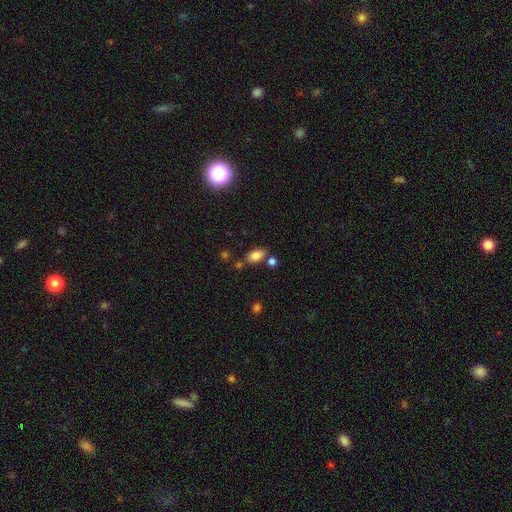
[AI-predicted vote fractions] smooth 81%, star or artifact 11%, featured or disk 8%. Down the decision tree: how rounded — in between (87%); merging — none (70%).